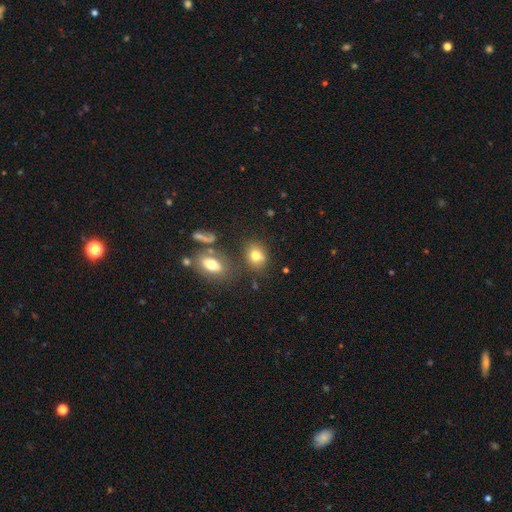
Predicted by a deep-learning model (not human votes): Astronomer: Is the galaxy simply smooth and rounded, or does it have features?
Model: smooth — 76%.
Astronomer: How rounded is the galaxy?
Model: round — 52% (runner-up: in between, 46%).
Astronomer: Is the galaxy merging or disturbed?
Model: none — 69%.